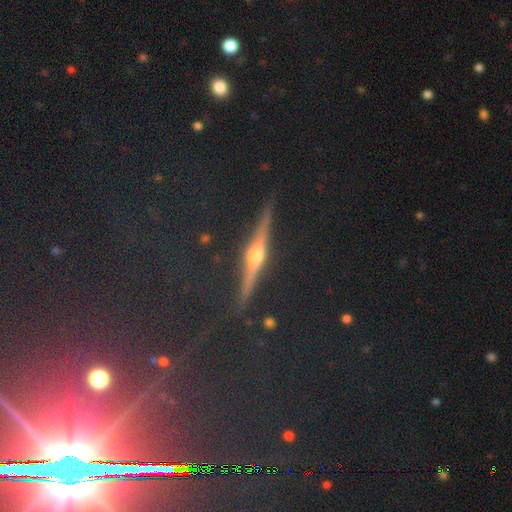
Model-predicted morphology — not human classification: smooth_or_featured: featured or disk (p=0.62) [alt: star or artifact p=0.20]
disk_edge_on: yes (p=0.87) [alt: no p=0.13]
edge_on_bulge: rounded (p=0.90) [alt: boxy p=0.05]
merging: none (p=0.85) [alt: minor disturbance p=0.09]